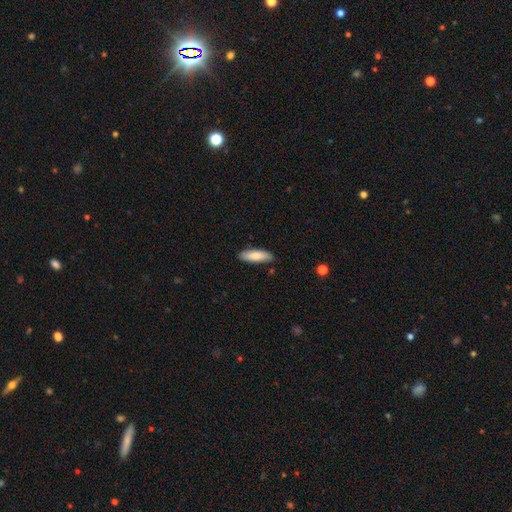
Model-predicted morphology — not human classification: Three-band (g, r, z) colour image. It shows a smooth galaxy with no disk features (83%) that is in between round and cigar-shaped (50%). Merging: none (85%).